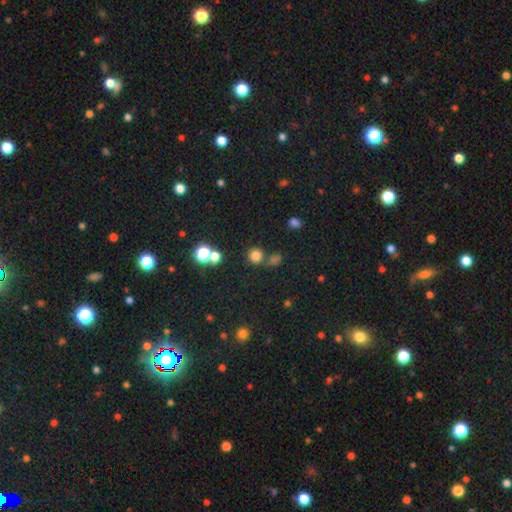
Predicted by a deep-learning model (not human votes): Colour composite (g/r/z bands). It shows a smooth galaxy with no disk features (73%) that is round (91%). Merging: none (71%).